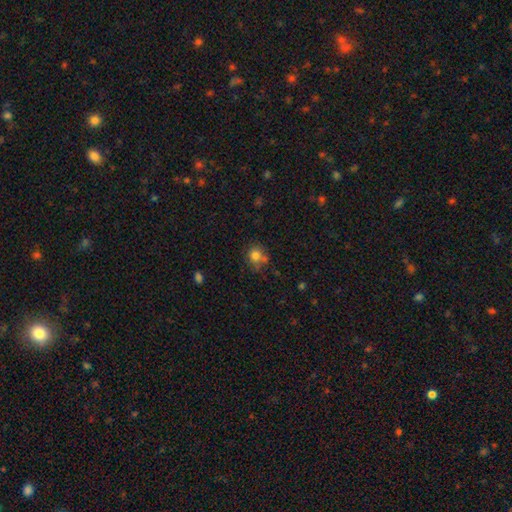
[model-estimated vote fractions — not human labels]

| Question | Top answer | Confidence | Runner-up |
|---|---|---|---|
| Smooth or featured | smooth | 78% | star or artifact (12%) |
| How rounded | round | 81% | in between (18%) |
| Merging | none | 58% | minor disturbance (19%) |